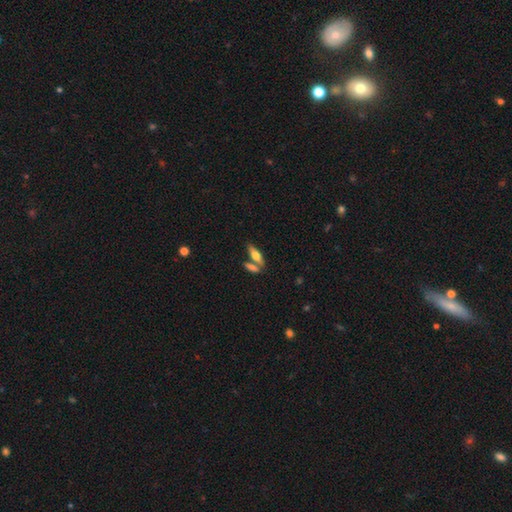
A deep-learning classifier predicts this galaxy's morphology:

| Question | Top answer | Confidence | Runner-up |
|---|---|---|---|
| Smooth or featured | smooth | 58% | featured or disk (34%) |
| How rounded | in between | 57% | cigar-shaped (40%) |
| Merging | none | 57% | merger (29%) |